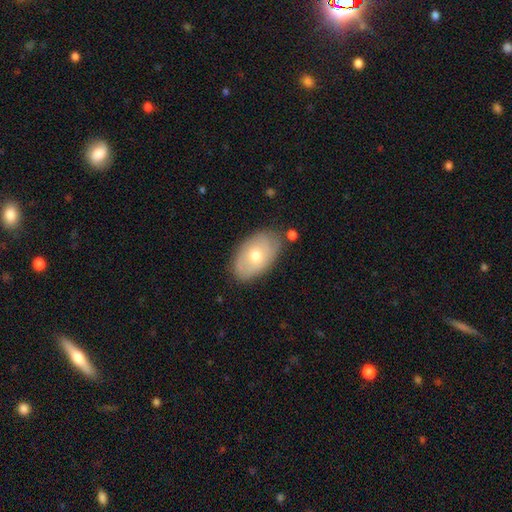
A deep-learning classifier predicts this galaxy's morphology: type=smooth (55%); roundness=in between (91%); merging=none (74%).